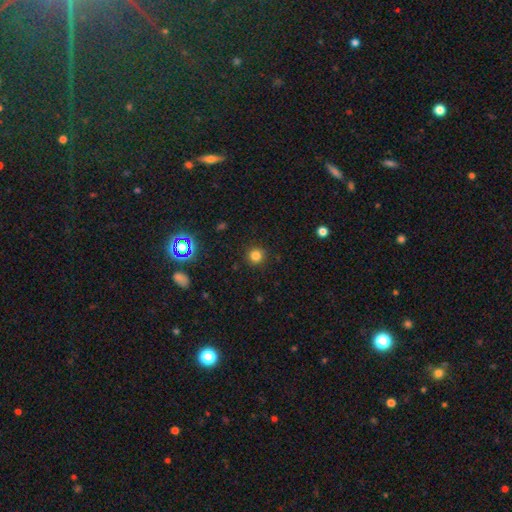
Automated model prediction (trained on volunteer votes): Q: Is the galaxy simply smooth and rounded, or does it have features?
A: smooth — 80%.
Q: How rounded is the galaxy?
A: round — 94%.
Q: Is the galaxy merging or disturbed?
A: none — 91%.